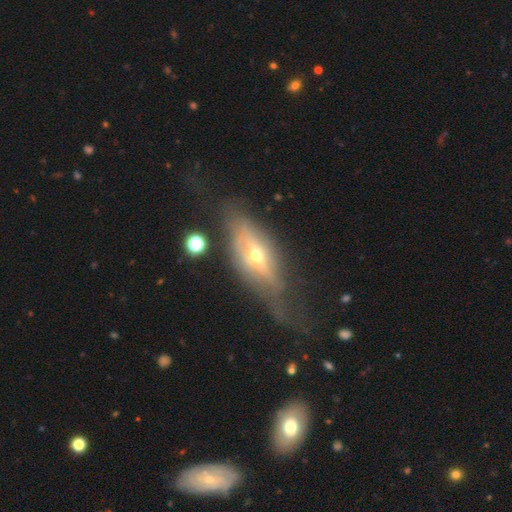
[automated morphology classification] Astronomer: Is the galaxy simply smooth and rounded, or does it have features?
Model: featured or disk — 68%.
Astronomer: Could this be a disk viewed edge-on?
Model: yes — 64%.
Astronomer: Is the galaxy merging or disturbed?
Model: none — 40% (runner-up: major disturbance, 32%).